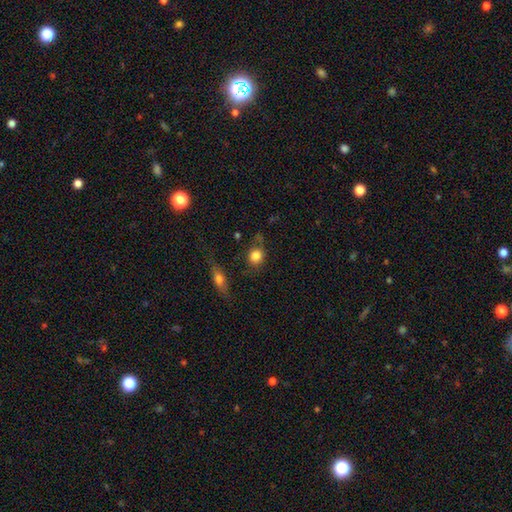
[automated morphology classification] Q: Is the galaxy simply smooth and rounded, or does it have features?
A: smooth — 81%.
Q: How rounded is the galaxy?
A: round — 66%.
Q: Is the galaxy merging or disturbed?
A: none — 60%.